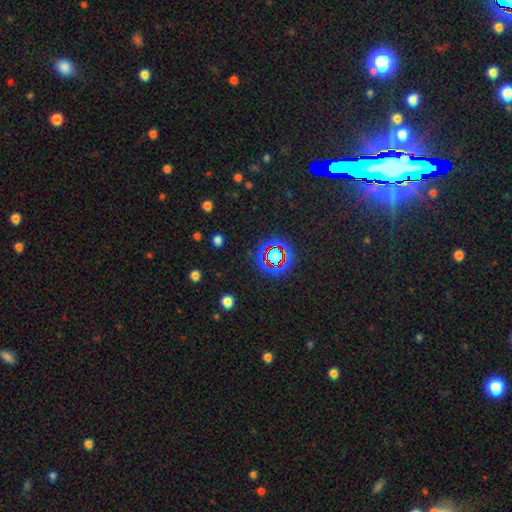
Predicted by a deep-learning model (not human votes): The model was most divided on "smooth or featured": star or artifact: 73%, featured or disk: 15%, smooth: 12%.